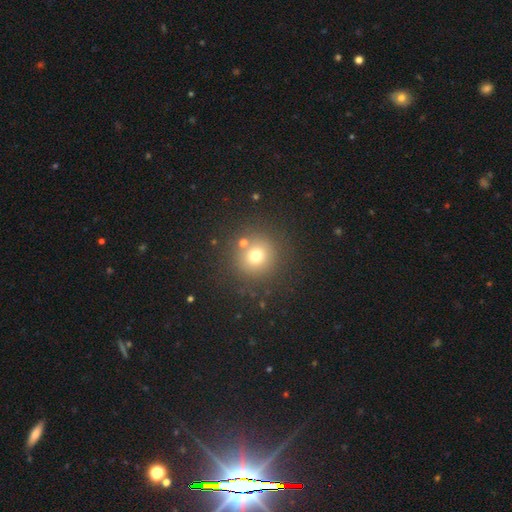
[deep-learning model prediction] smooth-or-featured: smooth: 71% | star or artifact: 18% | featured or disk: 11%
  how-rounded: round: 93% | in between: 6% | cigar-shaped: 1%
  merging: none: 80% | merger: 8% | minor disturbance: 8% | major disturbance: 4%